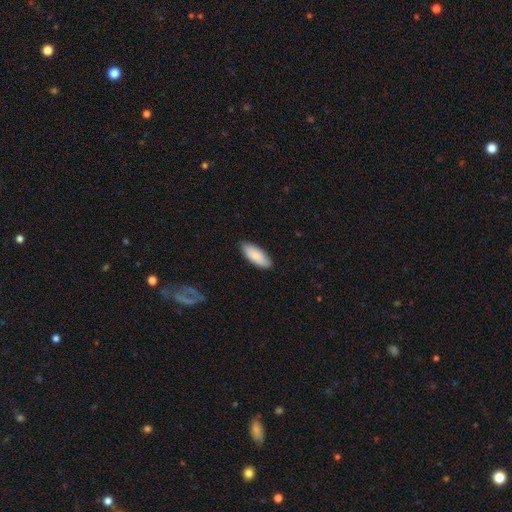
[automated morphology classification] This appears to be a smooth galaxy with no disk features (84%) that is in between round and cigar-shaped (80%). Merging: none (85%).